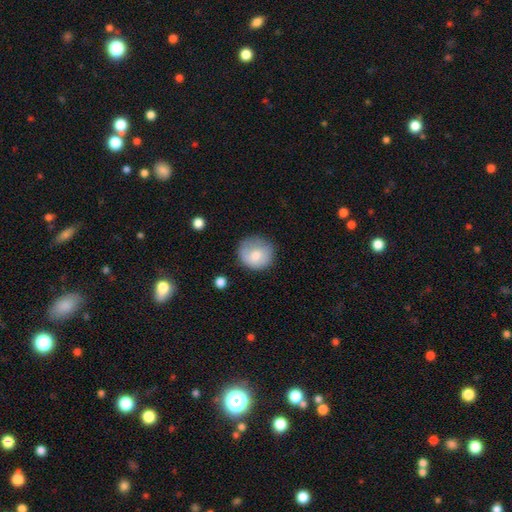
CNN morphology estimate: Smooth or featured? Predicted: smooth (p=0.75). How rounded? Predicted: round (p=0.88). Merging? Predicted: none (p=0.73).